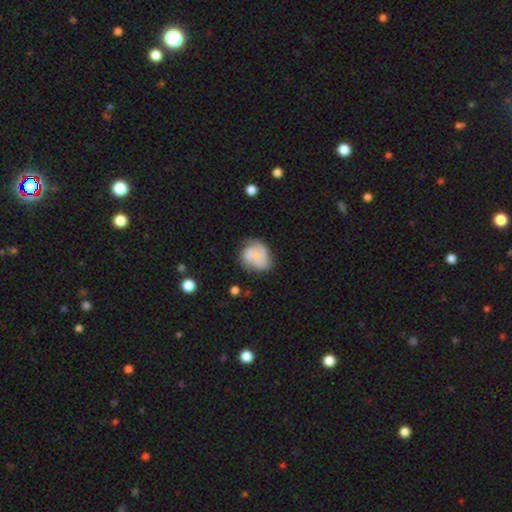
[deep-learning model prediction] This appears to be a smooth galaxy with no disk features (47%). Merging: none (47%).